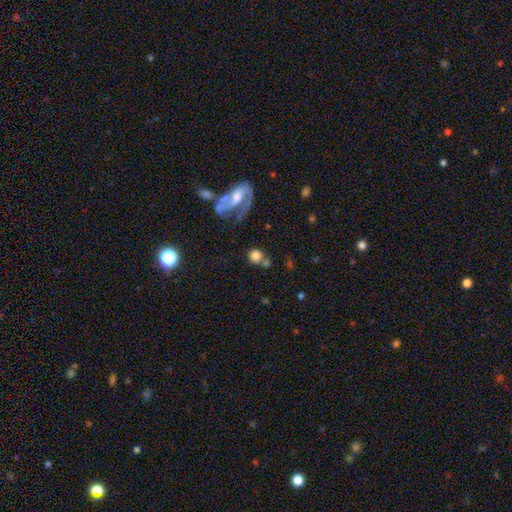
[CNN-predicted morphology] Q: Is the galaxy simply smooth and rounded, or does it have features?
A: smooth — 75%.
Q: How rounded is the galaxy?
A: round — 83%.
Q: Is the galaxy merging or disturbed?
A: none — 55%.